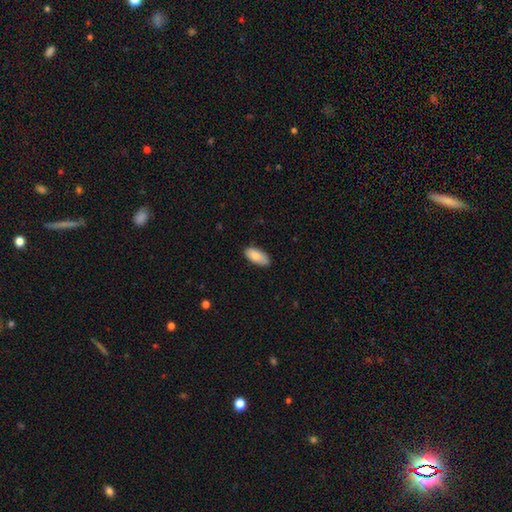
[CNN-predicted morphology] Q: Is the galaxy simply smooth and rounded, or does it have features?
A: smooth — 85%.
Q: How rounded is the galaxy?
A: in between — 90%.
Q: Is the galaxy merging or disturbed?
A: none — 79%.